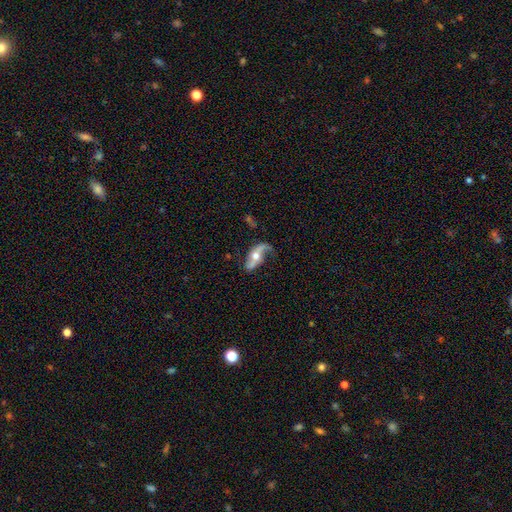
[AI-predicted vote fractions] A featured or disk galaxy (77%) with no bar (57%), 2 (83%) loose (81%) spiral arms (88%) and a moderate central bulge (71%).

Vote fractions:
- Smooth or featured? featured or disk: 77% / smooth: 17% / star or artifact: 6%
- Edge-on disk? no: 85% / yes: 15%
- Bar? no: 57% / weak: 24% / strong: 19%
- Spiral arms? yes: 88% / no: 12%
- Spiral winding? loose: 81% / medium: 14% / tight: 5%
- Spiral arm count? 2: 83% / 1: 11% / can't tell: 3% / 3: 1% / 4: 1% / more than 4: 1%
- Bulge size? moderate: 71% / small: 16% / large: 9% / none: 2% / dominant: 2%
- Merging? none: 58% / minor disturbance: 24% / major disturbance: 15% / merger: 3%